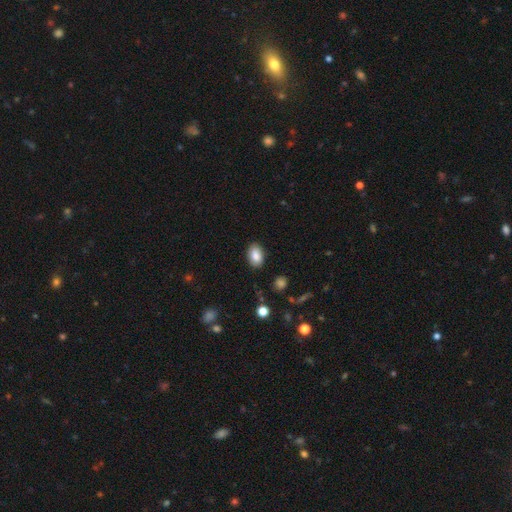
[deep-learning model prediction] This is clearly a smooth galaxy (86%). How rounded: clearly in between (90%). Merging: clearly none (86%).